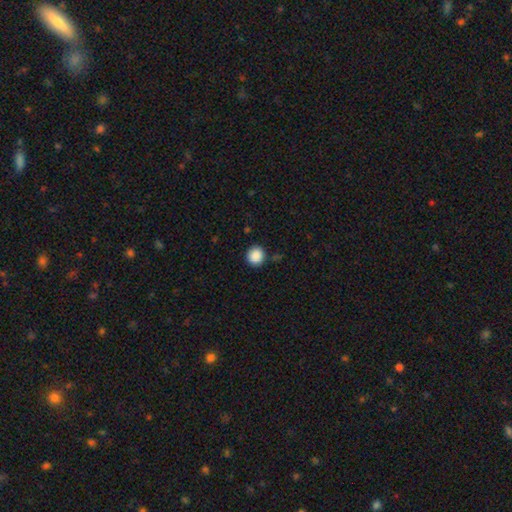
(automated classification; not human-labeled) A smooth galaxy with no disk features (88%) that is round (91%).

Vote fractions:
- Smooth or featured? smooth: 88% / star or artifact: 9% / featured or disk: 3%
- How rounded? round: 91% / in between: 8% / cigar-shaped: 1%
- Merging? none: 85% / minor disturbance: 10% / major disturbance: 3% / merger: 2%